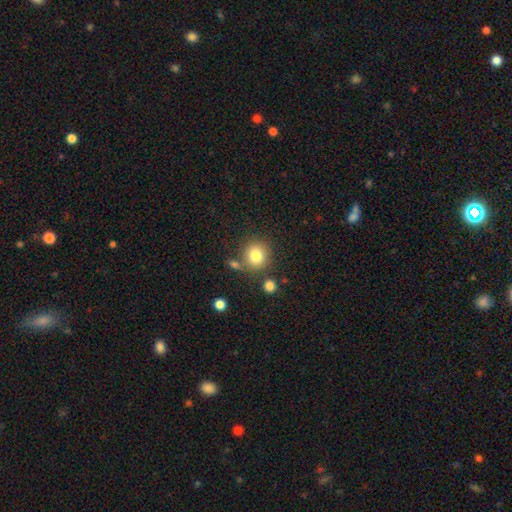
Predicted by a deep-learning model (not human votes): Smooth or featured?
  - smooth: 80% *
  - star or artifact: 11%
  - featured or disk: 9%
How rounded?
  - round: 86% *
  - in between: 13%
  - cigar-shaped: 1%
Merging?
  - none: 72% *
  - merger: 12%
  - minor disturbance: 11%
  - major disturbance: 4%